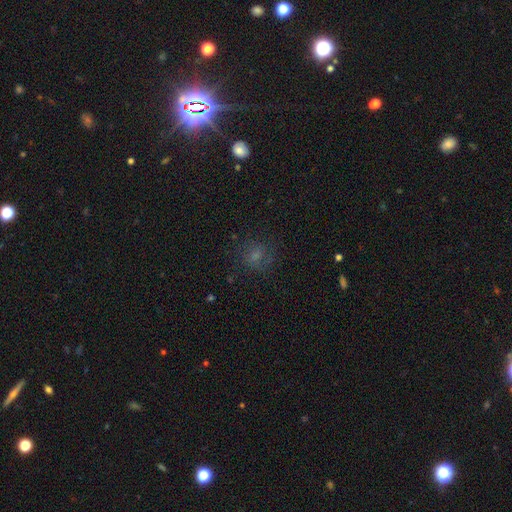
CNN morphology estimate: This appears to be a smooth galaxy with no disk features (58%) that is round (72%). Merging: none (70%).